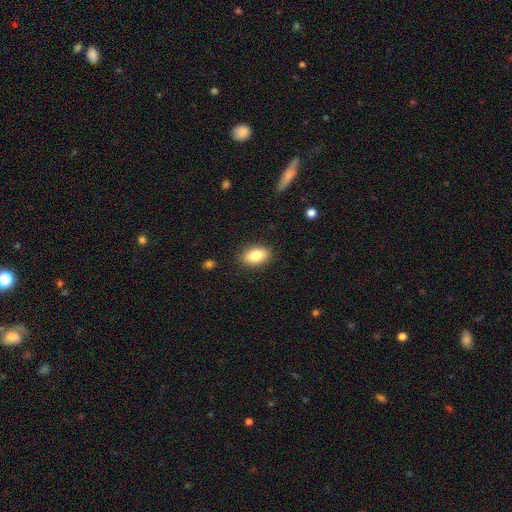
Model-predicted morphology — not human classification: This appears to be a smooth galaxy with no disk features (83%) that is in between round and cigar-shaped (88%). Merging: none (87%).